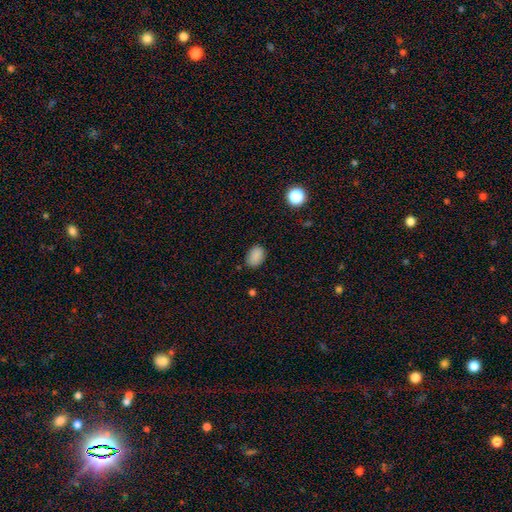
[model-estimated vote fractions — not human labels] A smooth galaxy with no disk features (87%) that is in between round and cigar-shaped (81%).

Vote fractions:
- Smooth or featured? smooth: 87% / star or artifact: 9% / featured or disk: 4%
- How rounded? in between: 81% / round: 17% / cigar-shaped: 1%
- Merging? none: 81% / minor disturbance: 15% / major disturbance: 3% / merger: 2%